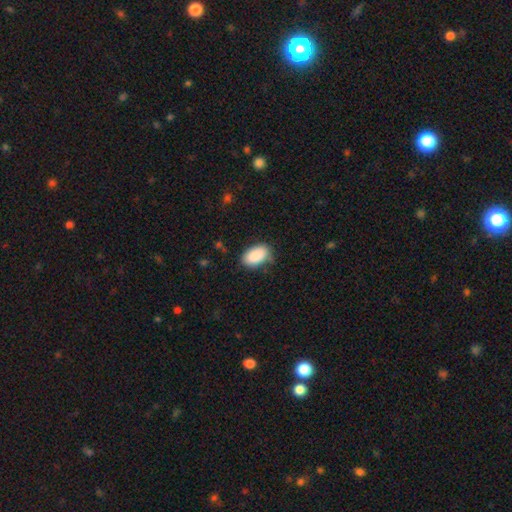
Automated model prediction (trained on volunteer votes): Q: Smooth or featured?
A: smooth (89%); runner-up: star or artifact (7%)
Q: How rounded?
A: in between (93%); runner-up: round (5%)
Q: Merging?
A: none (76%); runner-up: minor disturbance (19%)